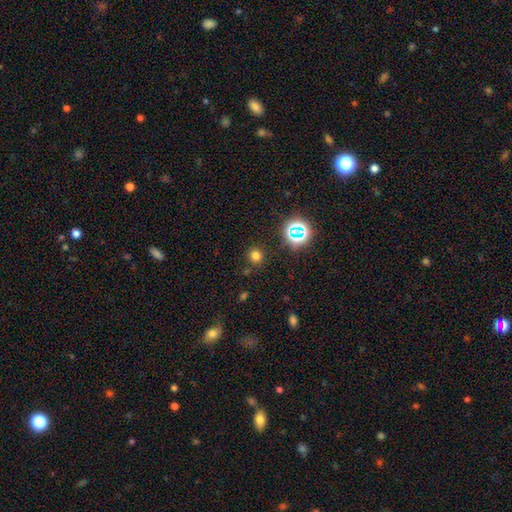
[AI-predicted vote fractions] Smooth or featured? smooth (70%)
How rounded? round (89%)
Merging? none (84%)